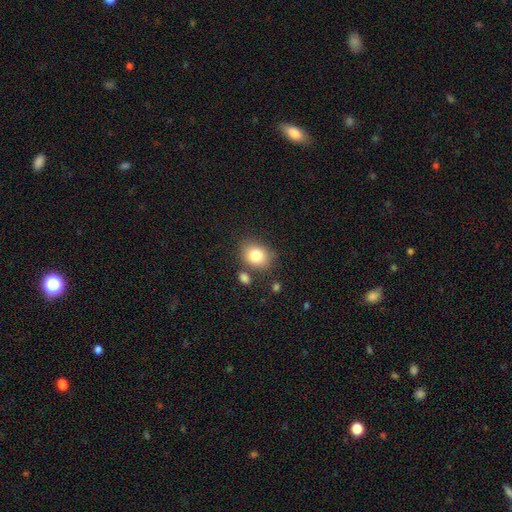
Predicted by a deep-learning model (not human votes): Smooth or featured? Predicted: smooth (p=0.81). How rounded? Predicted: in between (p=0.50). Merging? Predicted: none (p=0.72).